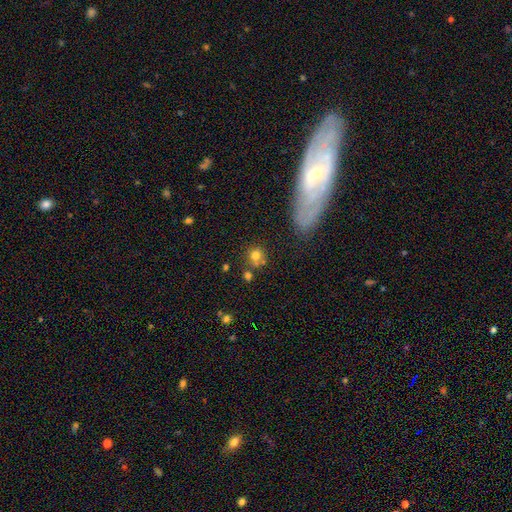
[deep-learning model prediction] smooth 74%, star or artifact 15%, featured or disk 11%. Down the decision tree: how rounded — round (86%); merging — none (61%).